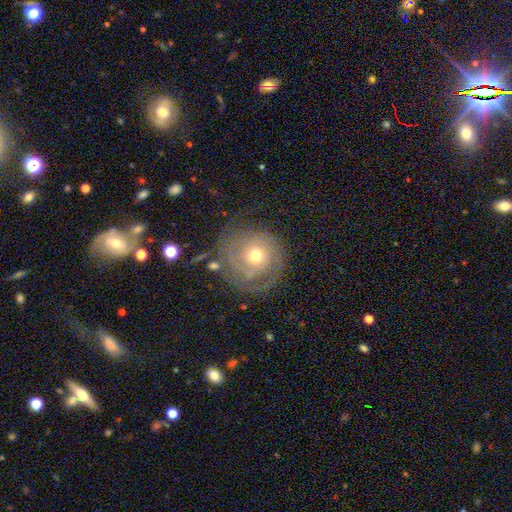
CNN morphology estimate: This is possibly a featured or disk galaxy (55%). It is clearly not viewed edge-on (96%). Bar: clearly no (85%). Spiral arm pattern: likely yes (66%). Central bulge: likely moderate (61%). Merging: likely none (61%).